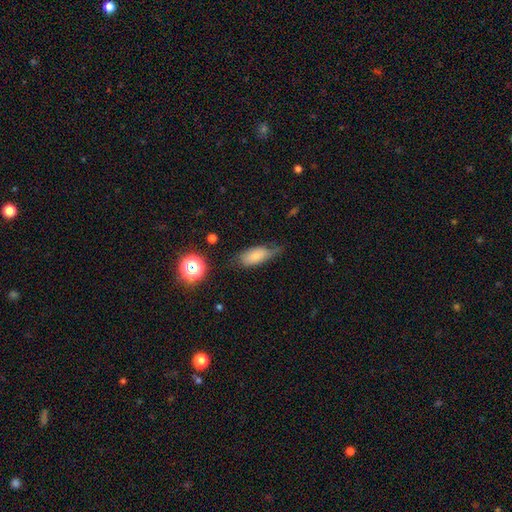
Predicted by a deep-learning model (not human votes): Morphology: type=smooth (72%); roundness=in between (84%); merging=none (42%).